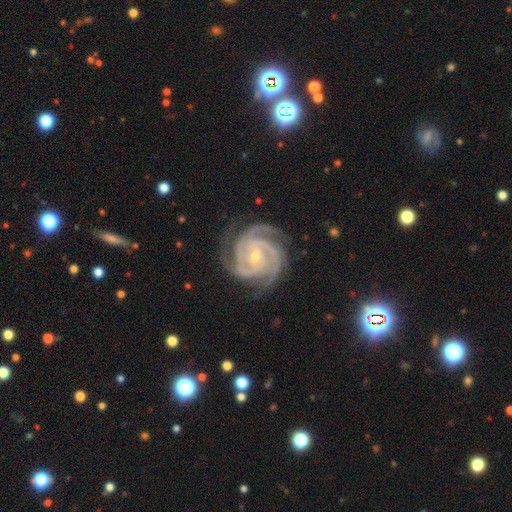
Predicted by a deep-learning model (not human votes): A featured or disk galaxy (94%) with no bar (53%), 3 (55%) tight (75%) spiral arms (99%) and a small central bulge (68%). Merging: none (78%).